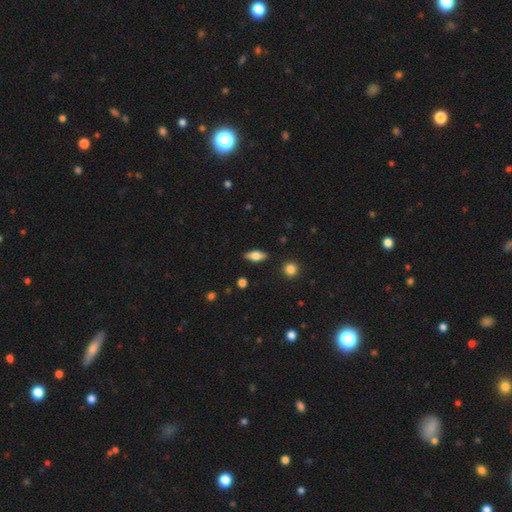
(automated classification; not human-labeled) Overall: smooth (60%; featured or disk 32%). How rounded: in between (77%). Merging: none (87%).